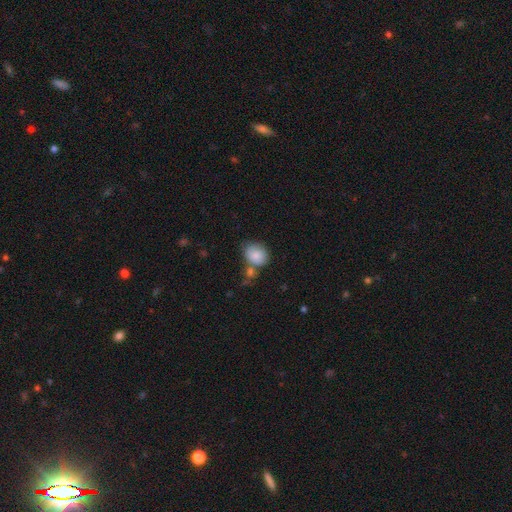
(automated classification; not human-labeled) A smooth galaxy with no disk features (79%) that is round (60%). Merging: none (49%).